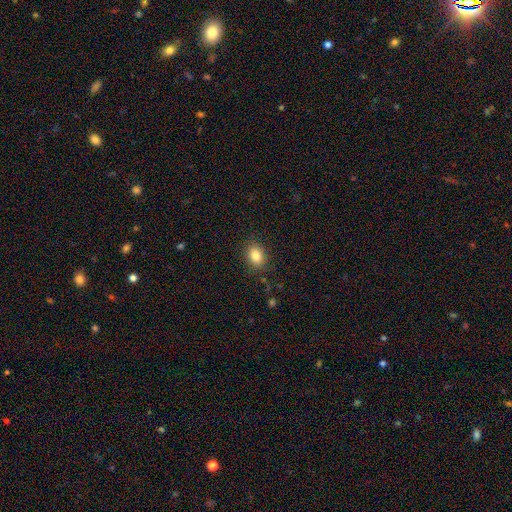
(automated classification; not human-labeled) This is clearly a smooth galaxy (84%). How rounded: likely in between (70%). Merging: clearly none (87%).